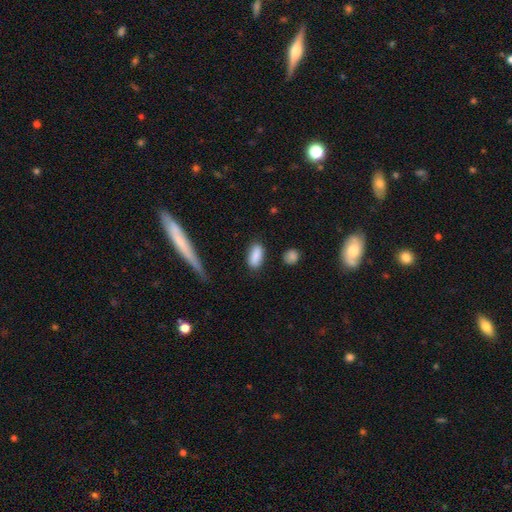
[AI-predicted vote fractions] smooth-or-featured: smooth: 85% | featured or disk: 8% | star or artifact: 7%
  how-rounded: in between: 86% | cigar-shaped: 11% | round: 4%
  merging: none: 82% | minor disturbance: 12% | major disturbance: 3% | merger: 3%